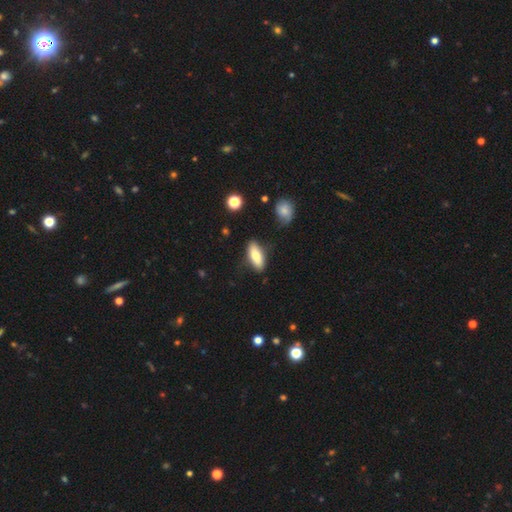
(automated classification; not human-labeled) This is likely a smooth galaxy (75%). How rounded: likely in between (72%). Merging: likely none (79%).